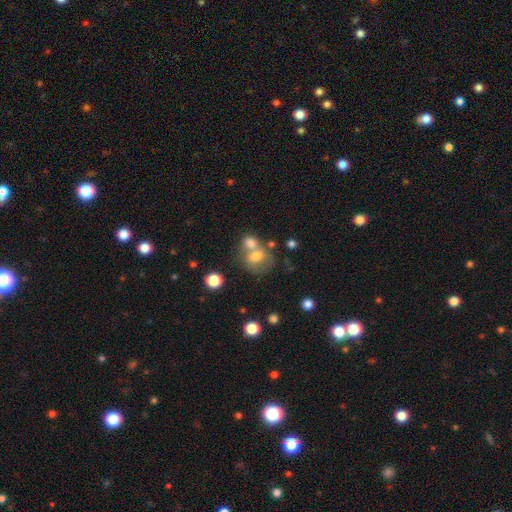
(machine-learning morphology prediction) A smooth galaxy with no disk features (66%) that is round (53%). Merging: merger (52%).